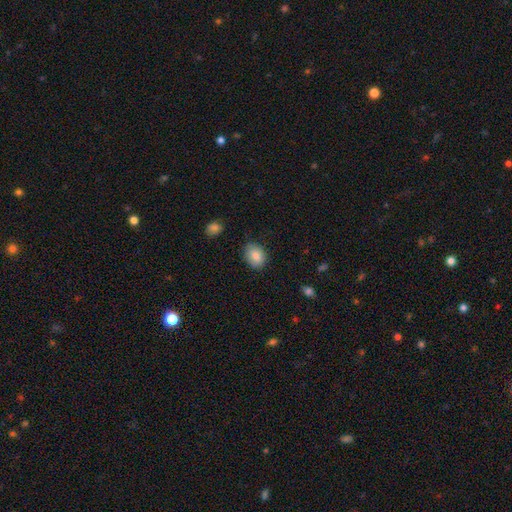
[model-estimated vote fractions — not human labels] The model was most divided on "how rounded": in between: 63%, round: 36%, cigar-shaped: 1%. More confident: smooth or featured — smooth (83%); merging — none (78%).